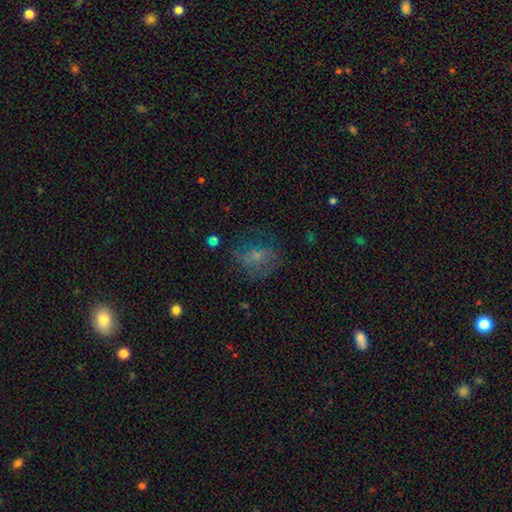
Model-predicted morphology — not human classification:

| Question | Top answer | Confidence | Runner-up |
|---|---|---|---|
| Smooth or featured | smooth | 54% | featured or disk (29%) |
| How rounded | round | 49% | tied: in between (49%) |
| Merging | none | 55% | major disturbance (22%) |